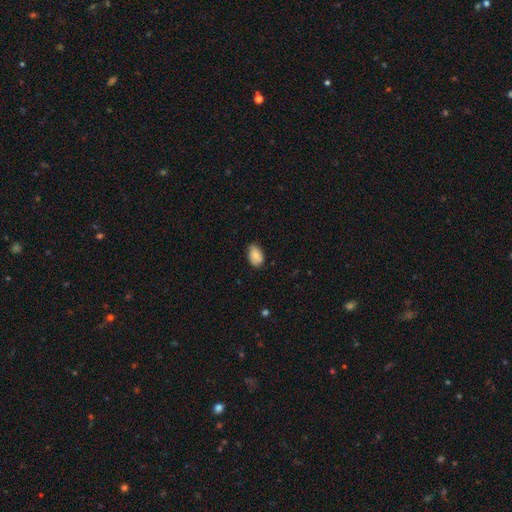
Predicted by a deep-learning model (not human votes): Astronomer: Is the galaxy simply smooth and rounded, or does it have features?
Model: smooth — 83%.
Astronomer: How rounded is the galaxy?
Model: in between — 91%.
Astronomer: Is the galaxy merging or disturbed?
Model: none — 73%.